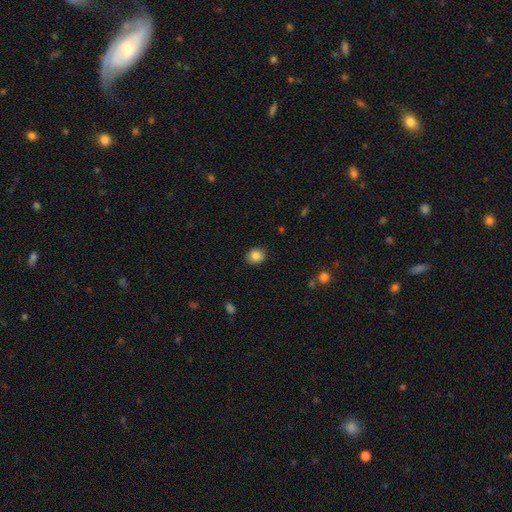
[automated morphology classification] Smooth or featured? smooth (85%)
How rounded? round (61%)
Merging? none (88%)